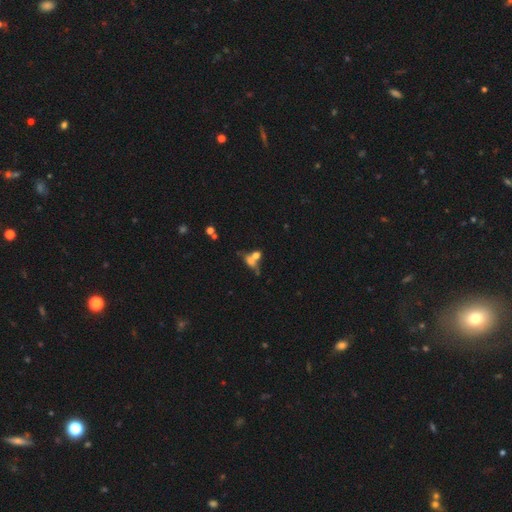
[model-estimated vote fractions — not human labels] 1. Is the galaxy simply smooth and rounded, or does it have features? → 54% smooth, 28% featured or disk, 18% star or artifact.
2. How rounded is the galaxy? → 50% in between, 37% round, 13% cigar-shaped.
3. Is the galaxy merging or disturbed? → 52% merger, 29% none, 9% major disturbance, 9% minor disturbance.